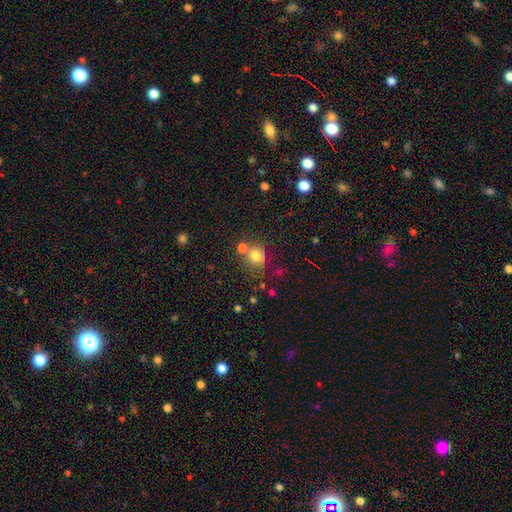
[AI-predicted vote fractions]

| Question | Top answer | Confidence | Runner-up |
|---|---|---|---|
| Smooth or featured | smooth | 77% | star or artifact (13%) |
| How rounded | round | 81% | in between (18%) |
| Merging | none | 57% | merger (27%) |